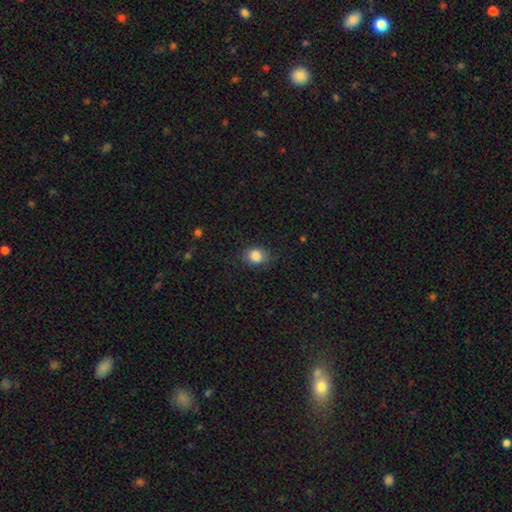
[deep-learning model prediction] A smooth galaxy with no disk features (86%) that is round (61%). Merging: none (77%).